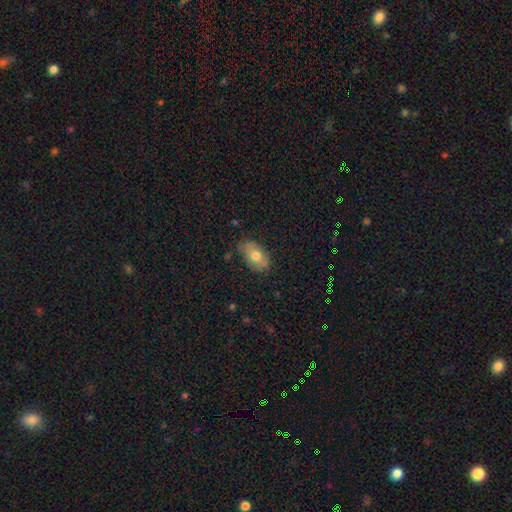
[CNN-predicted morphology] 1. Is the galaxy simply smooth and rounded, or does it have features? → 72% smooth, 20% featured or disk, 8% star or artifact.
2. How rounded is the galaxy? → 90% in between, 8% round, 2% cigar-shaped.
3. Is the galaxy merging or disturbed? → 72% none, 22% minor disturbance, 4% major disturbance, 2% merger.